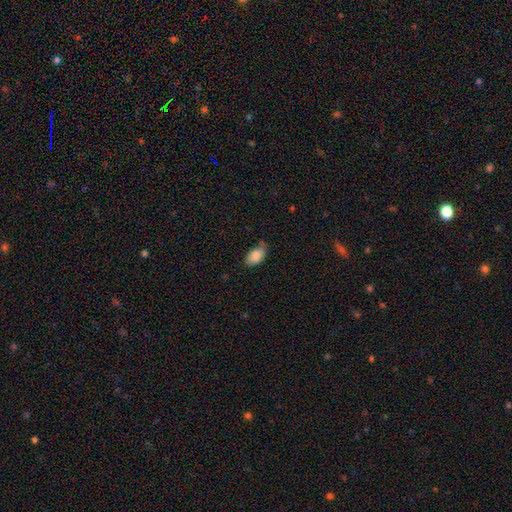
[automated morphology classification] The model was most divided on "merging": none: 64%, minor disturbance: 29%, major disturbance: 5%, merger: 2%. More confident: how rounded — in between (93%); smooth or featured — smooth (87%).